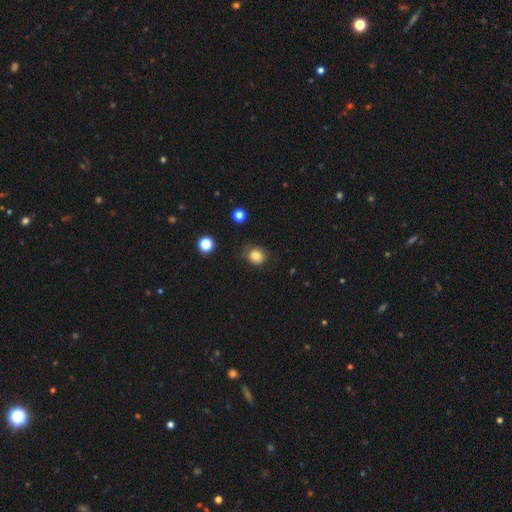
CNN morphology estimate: Smooth or featured: smooth — 83% (star or artifact — 12%)
How rounded: round — 72% (in between — 28%)
Merging: none — 77% (minor disturbance — 17%)